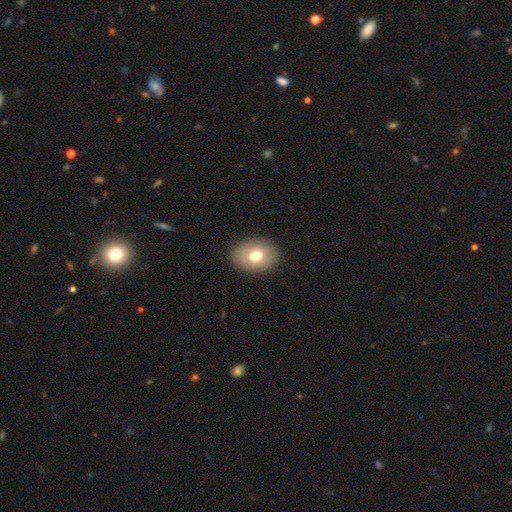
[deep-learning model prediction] A smooth galaxy with no disk features (73%) that is in between round and cigar-shaped (75%).

Vote fractions:
- Smooth or featured? smooth: 73% / featured or disk: 18% / star or artifact: 9%
- How rounded? in between: 75% / round: 24% / cigar-shaped: 1%
- Merging? none: 89% / minor disturbance: 8% / major disturbance: 2% / merger: 1%